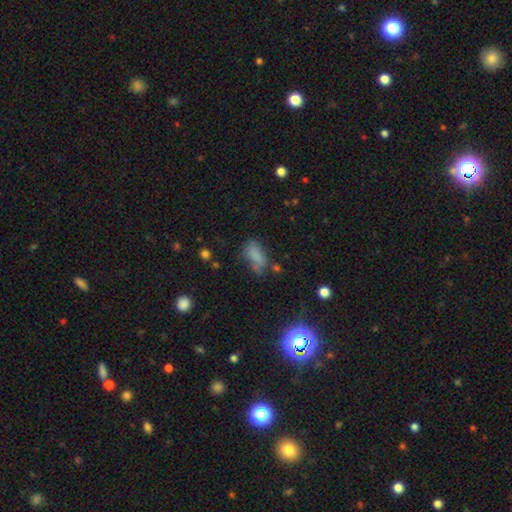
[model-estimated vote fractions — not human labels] Smooth or featured? Predicted: smooth (p=0.74). How rounded? Predicted: in between (p=0.86). Merging? Predicted: none (p=0.45).